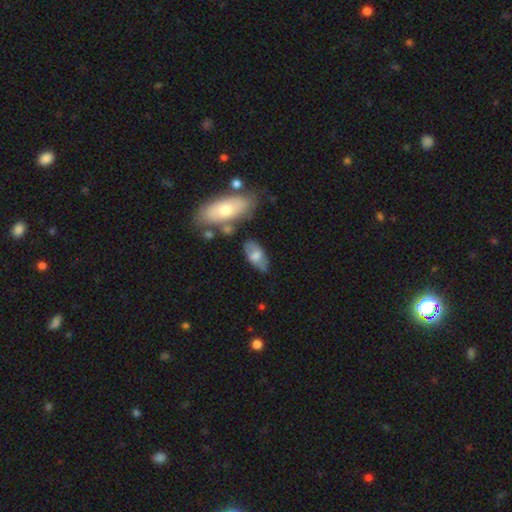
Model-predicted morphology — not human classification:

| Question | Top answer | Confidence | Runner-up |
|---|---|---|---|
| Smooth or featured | smooth | 60% | featured or disk (33%) |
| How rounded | in between | 90% | cigar-shaped (6%) |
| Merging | none | 63% | minor disturbance (22%) |